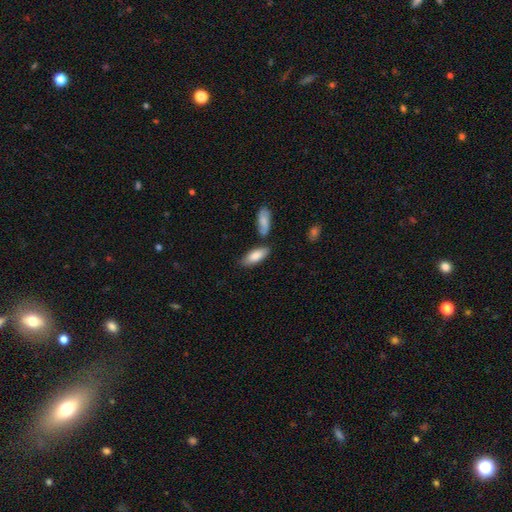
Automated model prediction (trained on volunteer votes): smooth_or_featured: smooth (p=0.83) [alt: featured or disk p=0.11]
how_rounded: in between (p=0.78) [alt: cigar-shaped p=0.21]
merging: none (p=0.70) [alt: minor disturbance p=0.15]